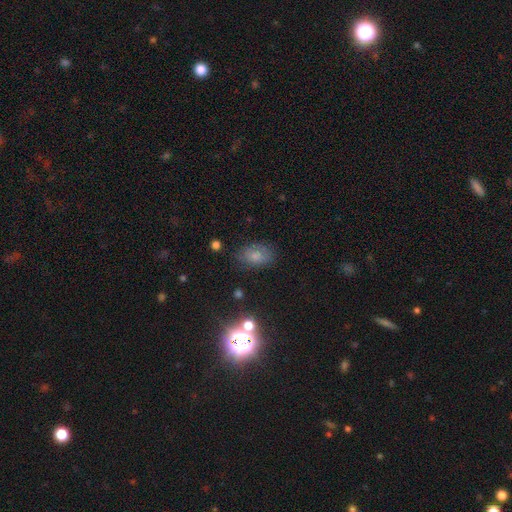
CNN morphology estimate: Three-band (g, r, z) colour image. It shows a smooth galaxy with no disk features (74%) that is in between round and cigar-shaped (86%). Merging: none (75%).